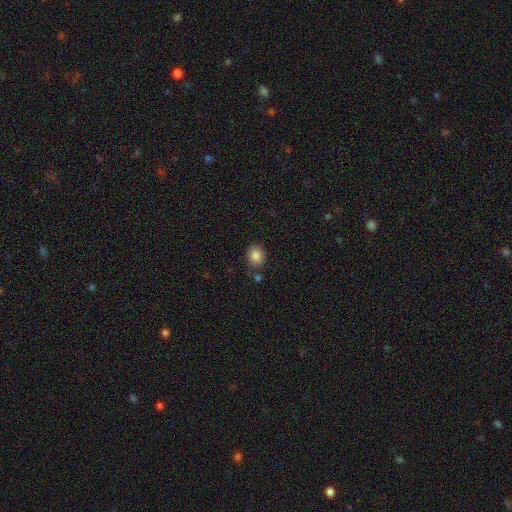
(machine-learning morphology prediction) type=smooth (86%); roundness=round (60%); merging=none (78%).